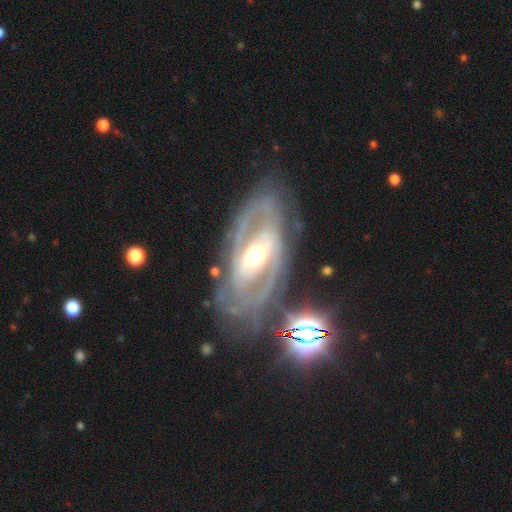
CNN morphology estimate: A featured or disk galaxy (85%) with a strong bar (38%), 2 (61%) tight (53%) spiral arms (83%) and a moderate central bulge (63%).

Vote fractions:
- Smooth or featured? featured or disk: 85% / smooth: 9% / star or artifact: 6%
- Edge-on disk? no: 93% / yes: 7%
- Bar? strong: 38% / weak: 36% / no: 26%
- Spiral arms? yes: 83% / no: 17%
- Spiral winding? tight: 53% / medium: 36% / loose: 11%
- Spiral arm count? 2: 61% / can't tell: 23% / 3: 7% / 1: 3% / 4: 3% / more than 4: 2%
- Bulge size? moderate: 63% / small: 27% / large: 8% / none: 1% / dominant: 1%
- Merging? none: 75% / minor disturbance: 15% / major disturbance: 7% / merger: 3%